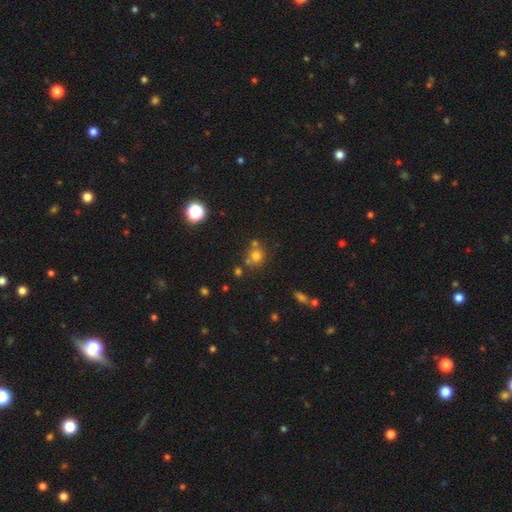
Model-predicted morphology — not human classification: Q: Smooth or featured?
A: smooth (71%); runner-up: star or artifact (19%)
Q: How rounded?
A: round (85%); runner-up: in between (14%)
Q: Merging?
A: none (60%); runner-up: merger (25%)